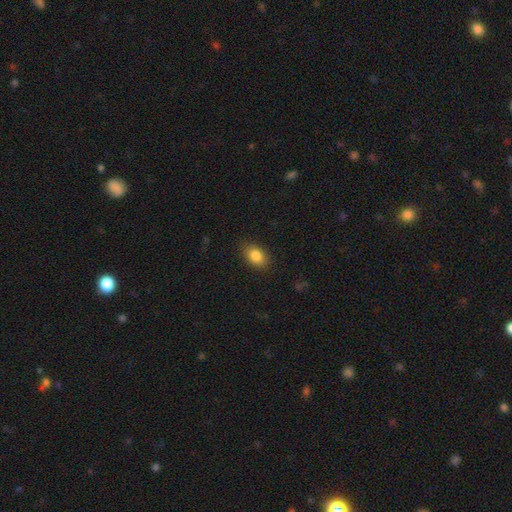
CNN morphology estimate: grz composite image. It shows a smooth galaxy with no disk features (85%) that is in between round and cigar-shaped (82%). Merging: none (84%).